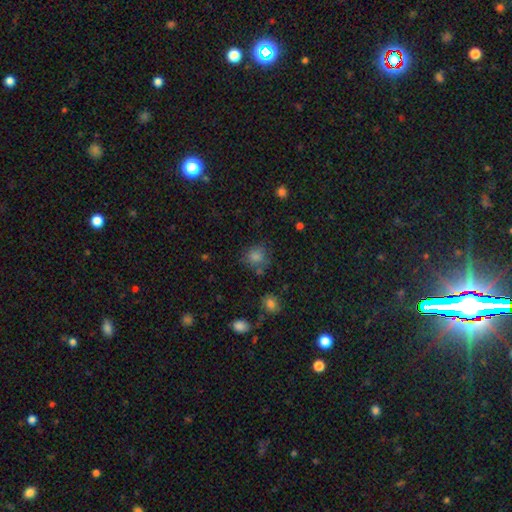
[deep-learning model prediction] smooth_or_featured: smooth (p=0.73) [alt: star or artifact p=0.21]
how_rounded: round (p=0.85) [alt: in between p=0.14]
merging: none (p=0.75) [alt: minor disturbance p=0.14]